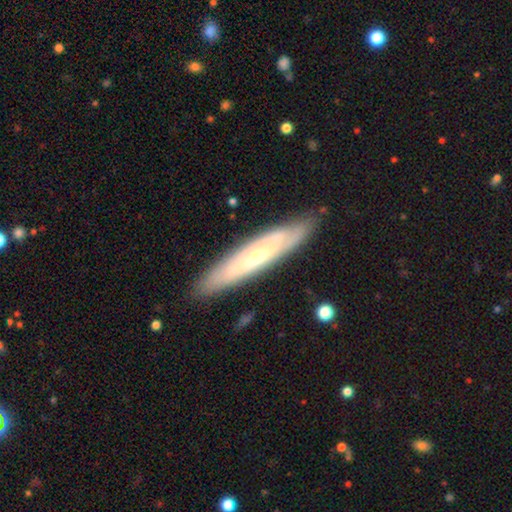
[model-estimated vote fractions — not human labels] Smooth or featured? Predicted: featured or disk (p=0.63). Edge-on disk? Predicted: yes (p=0.58). Merging? Predicted: none (p=0.85).